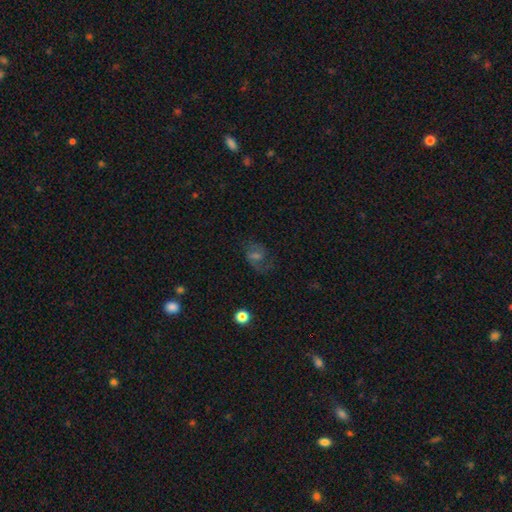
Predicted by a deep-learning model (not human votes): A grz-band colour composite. It shows a featured or disk galaxy (60%) with a weak bar (51%), 2 (83%) medium (49%) spiral arms (89%) and a small central bulge (40%). Merging: none (72%).